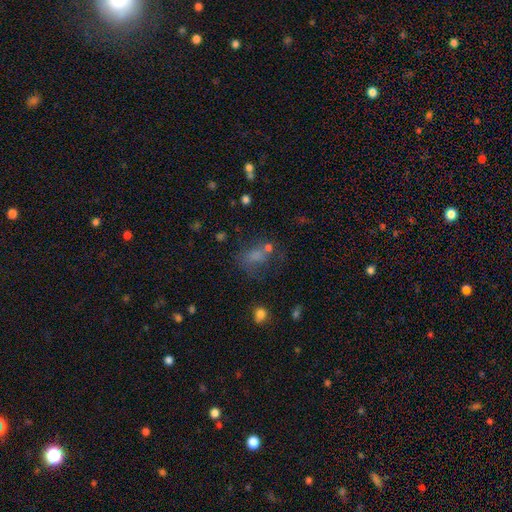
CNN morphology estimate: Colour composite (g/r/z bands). It shows a smooth galaxy with no disk features (52%) that is in between round and cigar-shaped (62%). Merging: none (45%).